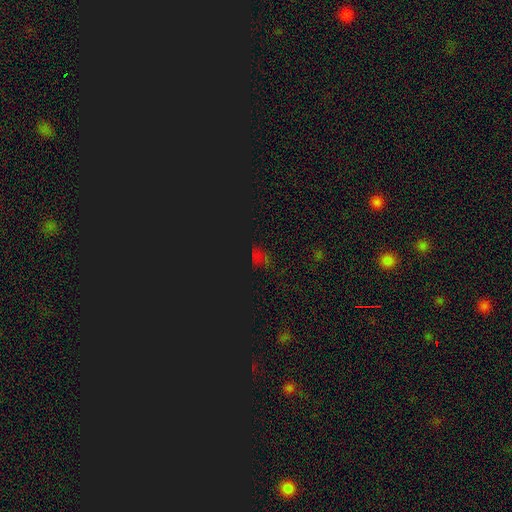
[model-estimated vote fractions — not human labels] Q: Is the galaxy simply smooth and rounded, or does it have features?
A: star or artifact — 75%.